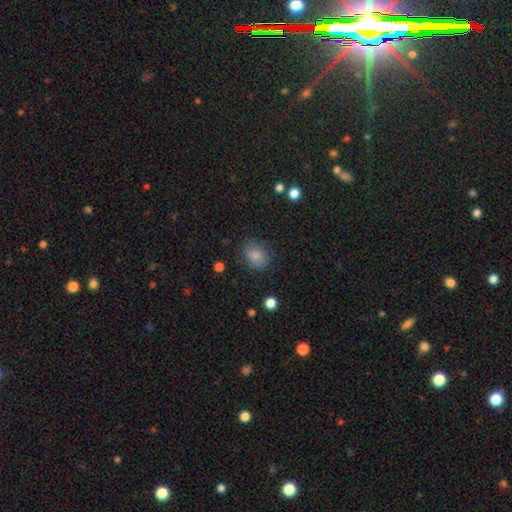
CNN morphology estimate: The model was most divided on "how rounded": round: 50%, in between: 49%, cigar-shaped: 1%. More confident: smooth or featured — smooth (83%); merging — none (77%).